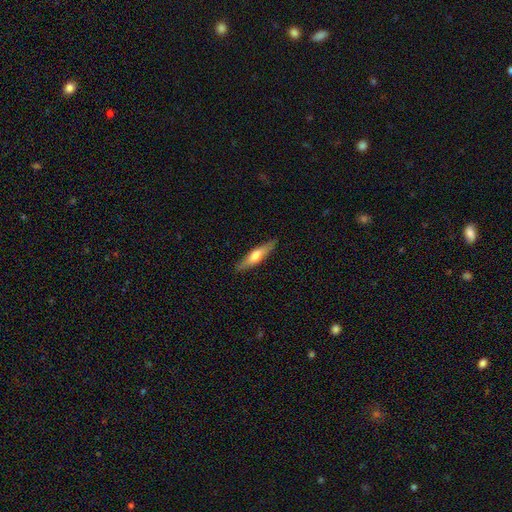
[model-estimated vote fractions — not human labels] This appears to be a smooth galaxy with no disk features (48%). Merging: none (87%).